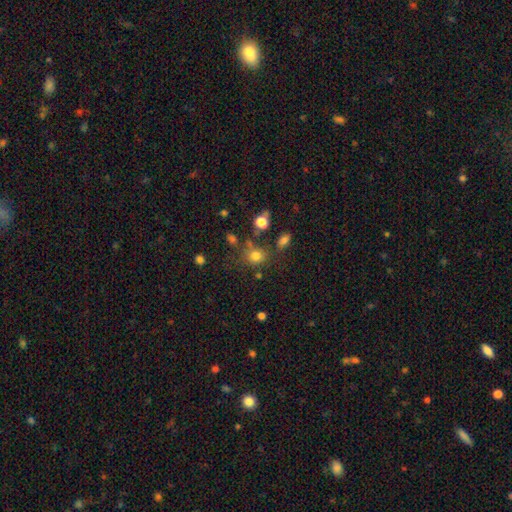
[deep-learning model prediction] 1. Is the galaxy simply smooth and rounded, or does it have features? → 76% smooth, 16% star or artifact, 8% featured or disk.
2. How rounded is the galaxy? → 73% round, 26% in between, 1% cigar-shaped.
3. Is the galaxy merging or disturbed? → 65% none, 15% minor disturbance, 12% merger, 7% major disturbance.